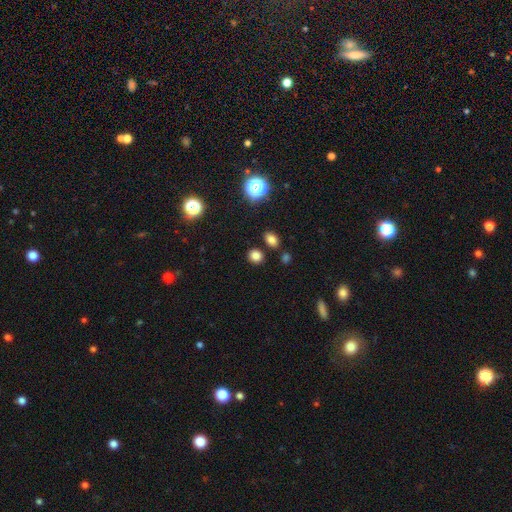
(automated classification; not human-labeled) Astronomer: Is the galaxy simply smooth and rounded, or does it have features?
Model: smooth — 80%.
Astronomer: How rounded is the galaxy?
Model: round — 73%.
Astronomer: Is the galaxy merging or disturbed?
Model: none — 84%.